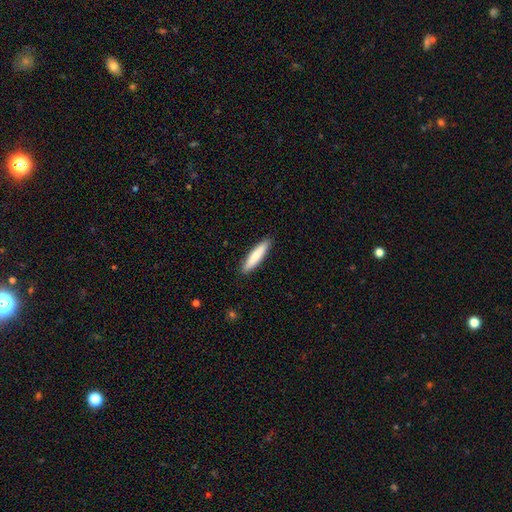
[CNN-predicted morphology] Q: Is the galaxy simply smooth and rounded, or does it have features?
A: smooth — 81%.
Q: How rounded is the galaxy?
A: cigar-shaped — 85%.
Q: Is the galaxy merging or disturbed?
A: none — 91%.